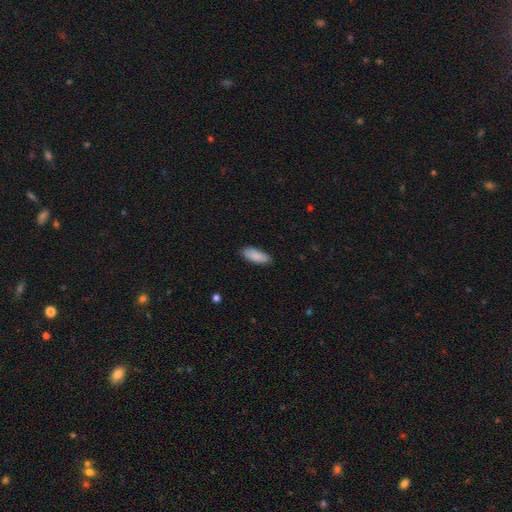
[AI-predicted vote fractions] Q: Smooth or featured?
A: smooth (88%); runner-up: featured or disk (6%)
Q: How rounded?
A: in between (72%); runner-up: cigar-shaped (27%)
Q: Merging?
A: none (87%); runner-up: minor disturbance (10%)